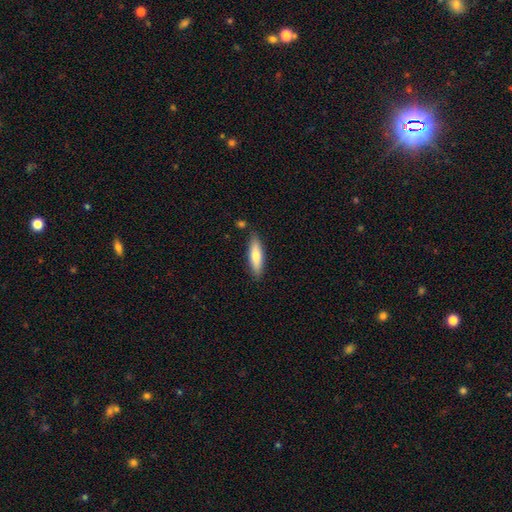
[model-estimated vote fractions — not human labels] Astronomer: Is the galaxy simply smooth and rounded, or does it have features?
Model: smooth — 74%.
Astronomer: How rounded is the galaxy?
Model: cigar-shaped — 64%.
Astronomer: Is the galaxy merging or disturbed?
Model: none — 83%.